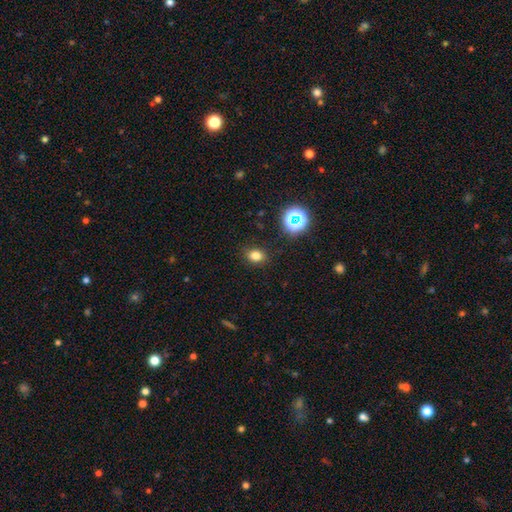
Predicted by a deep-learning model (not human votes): The model was most divided on "how rounded": in between: 57%, round: 42%, cigar-shaped: 1%. More confident: merging — none (88%); smooth or featured — smooth (77%).